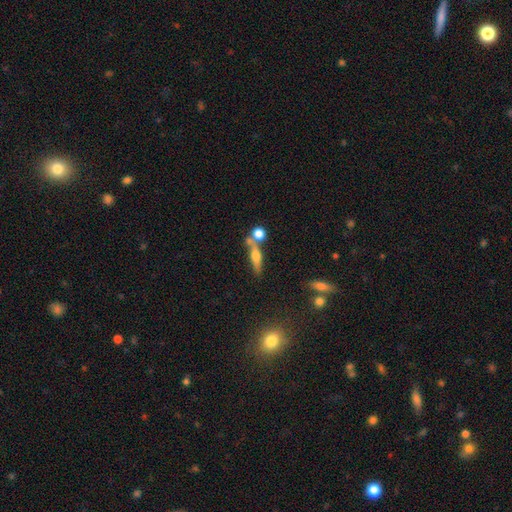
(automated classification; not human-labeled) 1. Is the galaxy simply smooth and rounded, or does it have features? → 46% smooth, 44% featured or disk, 10% star or artifact.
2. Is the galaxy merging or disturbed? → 56% none, 27% merger, 12% minor disturbance, 5% major disturbance.